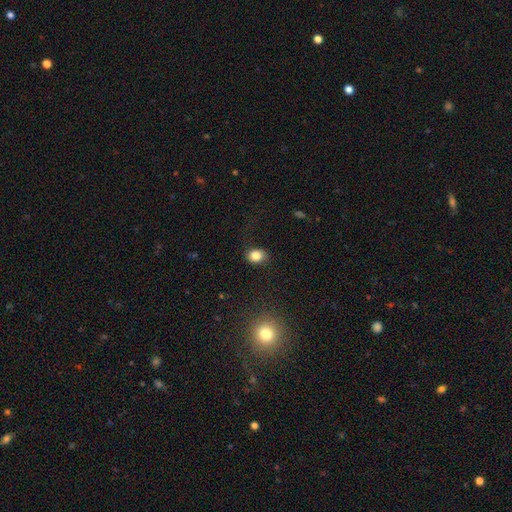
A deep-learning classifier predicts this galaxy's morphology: A smooth galaxy with no disk features (83%) that is round (50%). Merging: none (79%).